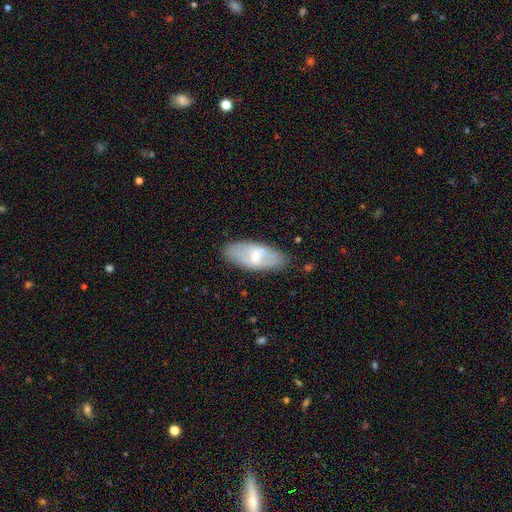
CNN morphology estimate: Overall: featured or disk (48%; smooth 46%). Merging: none (81%).